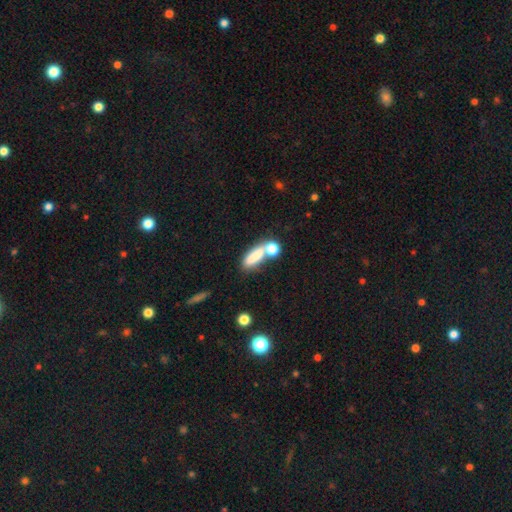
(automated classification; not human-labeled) smooth-or-featured: smooth: 79% | featured or disk: 12% | star or artifact: 10%
  how-rounded: in between: 59% | cigar-shaped: 31% | round: 10%
  merging: none: 45% | merger: 36% | minor disturbance: 12% | major disturbance: 7%